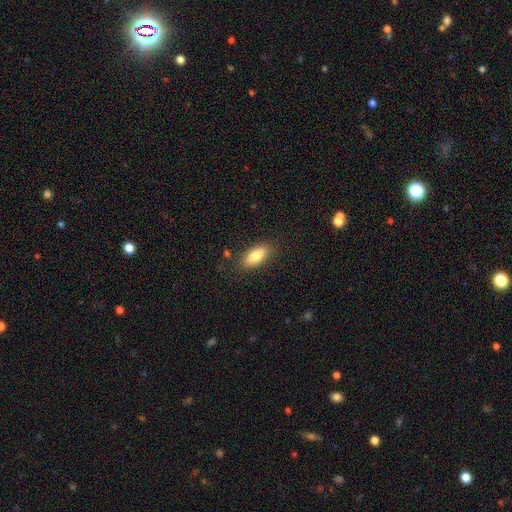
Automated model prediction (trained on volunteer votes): smooth_or_featured: smooth (p=0.82) [alt: featured or disk p=0.11]
how_rounded: in between (p=0.83) [alt: cigar-shaped p=0.15]
merging: none (p=0.84) [alt: minor disturbance p=0.11]